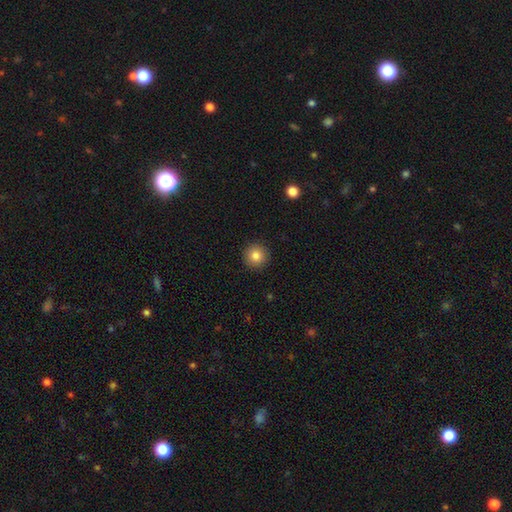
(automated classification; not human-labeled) Q: Smooth or featured?
A: smooth (83%); runner-up: star or artifact (10%)
Q: How rounded?
A: round (96%); runner-up: in between (4%)
Q: Merging?
A: none (92%); runner-up: minor disturbance (5%)